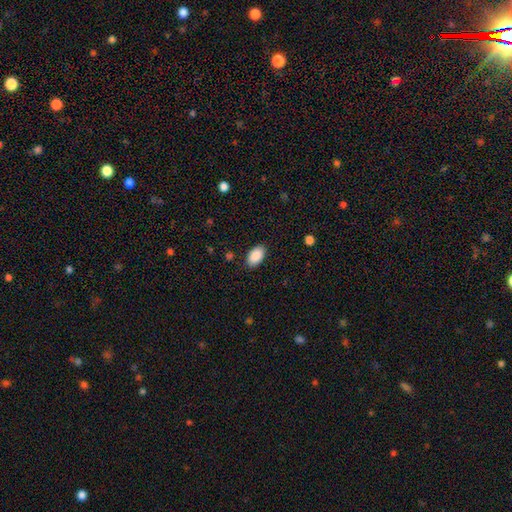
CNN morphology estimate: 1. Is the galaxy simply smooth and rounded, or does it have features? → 90% smooth, 7% star or artifact, 4% featured or disk.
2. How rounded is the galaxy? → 94% in between, 4% round, 1% cigar-shaped.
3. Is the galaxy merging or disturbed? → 88% none, 9% minor disturbance, 2% major disturbance, 1% merger.